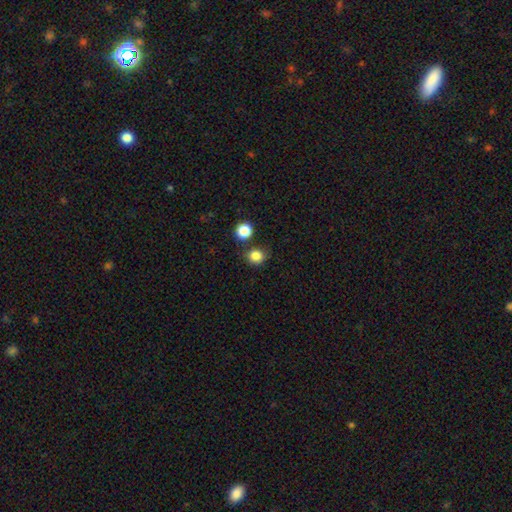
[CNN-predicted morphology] smooth_or_featured: smooth (p=0.84) [alt: star or artifact p=0.12]
how_rounded: round (p=0.83) [alt: in between p=0.16]
merging: none (p=0.76) [alt: minor disturbance p=0.11]